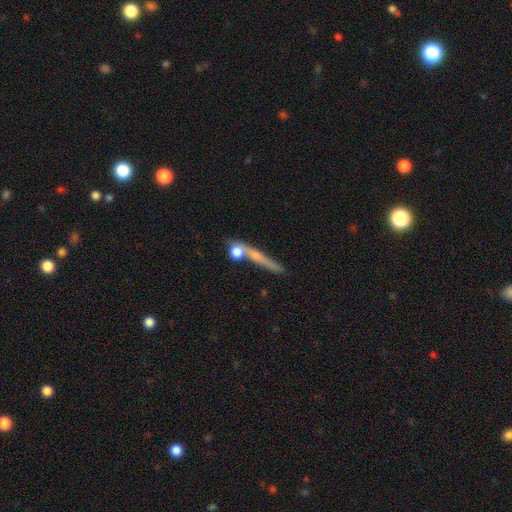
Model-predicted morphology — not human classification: This appears to be a smooth galaxy with no disk features (46%). Merging: none (54%).